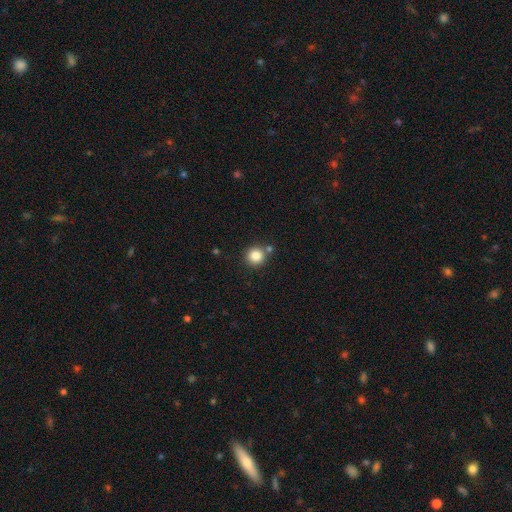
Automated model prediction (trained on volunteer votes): smooth-or-featured: smooth: 84% | star or artifact: 11% | featured or disk: 5%
  how-rounded: round: 93% | in between: 6% | cigar-shaped: 1%
  merging: none: 79% | merger: 10% | minor disturbance: 8% | major disturbance: 3%